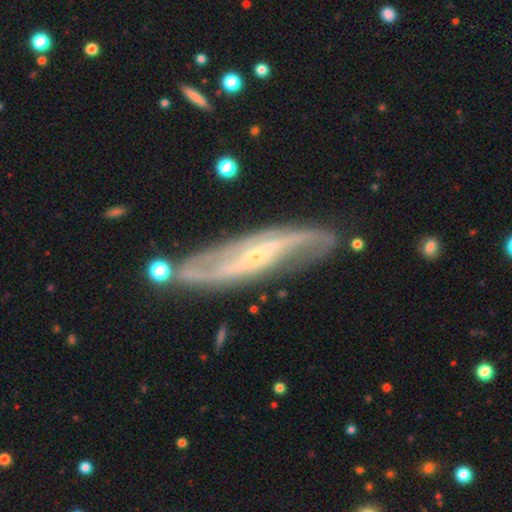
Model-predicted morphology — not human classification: Overall: featured or disk (86%). Edge-on disk: no (79%). Bar: no (35%, tied with weak). Spiral arms: yes (95%). Spiral arm count: 2 (88%). Spiral winding: loose (49%; medium 34%). Bulge size: small (79%). Merging: none (77%).